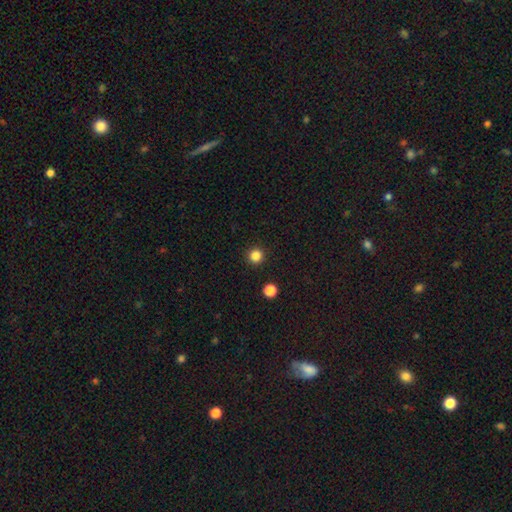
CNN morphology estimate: Overall: smooth (84%). How rounded: round (95%). Merging: none (93%).